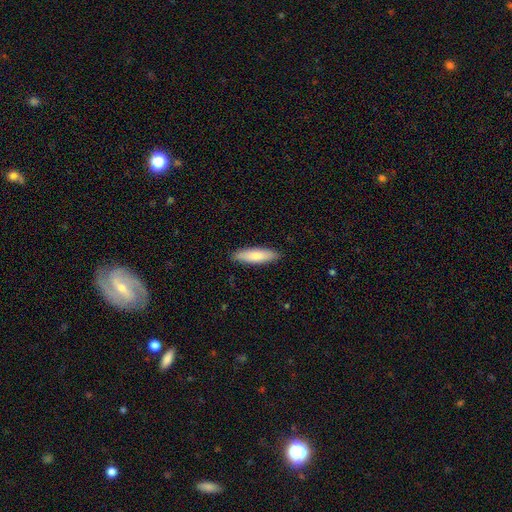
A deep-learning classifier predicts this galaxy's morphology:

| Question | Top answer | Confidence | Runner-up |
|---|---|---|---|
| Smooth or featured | smooth | 79% | featured or disk (16%) |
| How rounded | cigar-shaped | 59% | in between (39%) |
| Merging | none | 89% | minor disturbance (8%) |